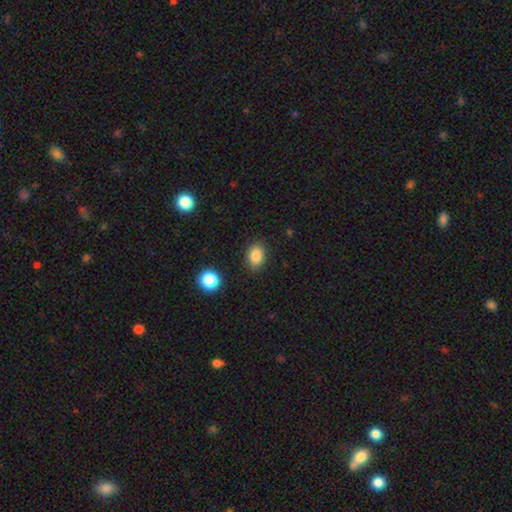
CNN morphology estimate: Smooth or featured: smooth — 85% (star or artifact — 10%)
How rounded: in between — 81% (round — 18%)
Merging: none — 86% (minor disturbance — 10%)